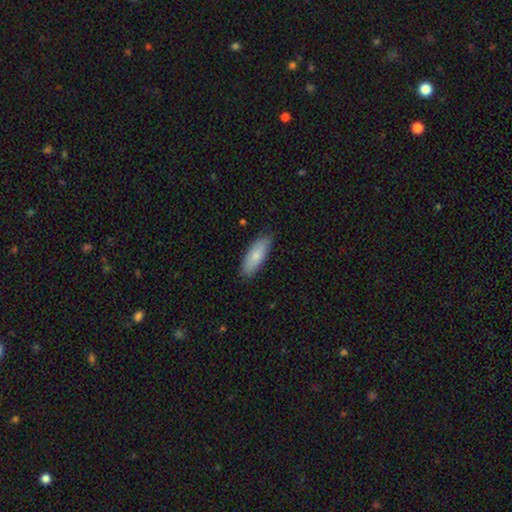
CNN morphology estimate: Q: Smooth or featured?
A: smooth (80%); runner-up: featured or disk (15%)
Q: How rounded?
A: in between (69%); runner-up: cigar-shaped (29%)
Q: Merging?
A: none (85%); runner-up: minor disturbance (12%)